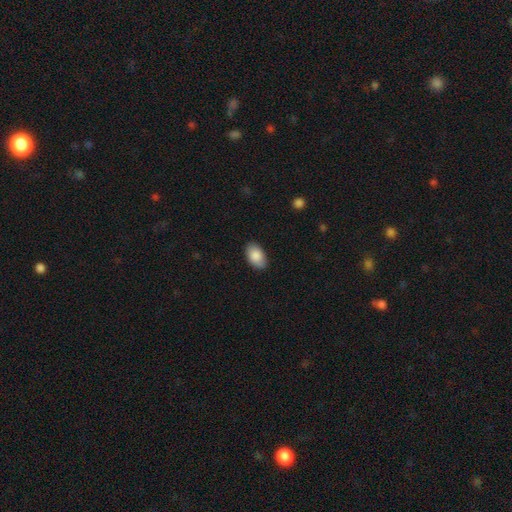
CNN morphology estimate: Smooth or featured? smooth (87%)
How rounded? in between (92%)
Merging? none (84%)